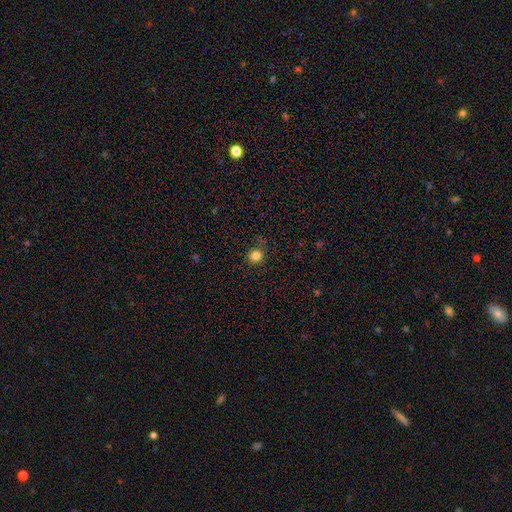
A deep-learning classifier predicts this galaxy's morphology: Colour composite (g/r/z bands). It shows a smooth galaxy with no disk features (83%) that is round (89%). Merging: none (85%).